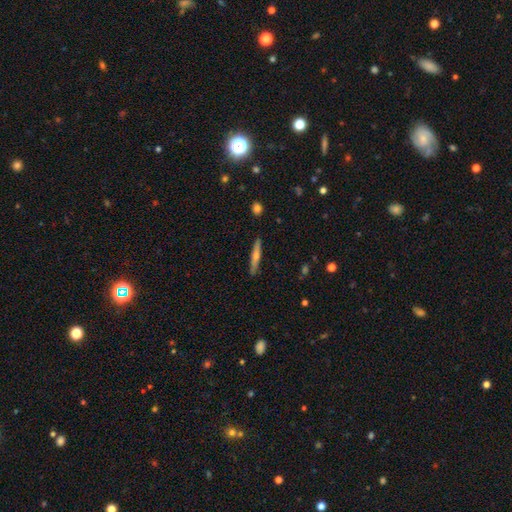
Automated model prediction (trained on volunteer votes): featured or disk 49%, smooth 44%, star or artifact 7%. Down the decision tree: merging — none (89%).